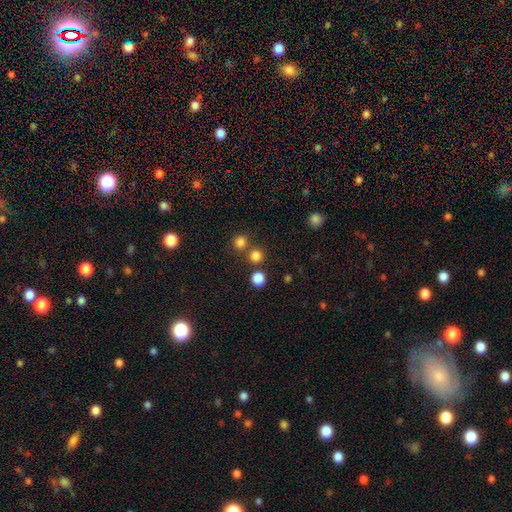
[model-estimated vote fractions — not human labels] smooth 79%, star or artifact 16%, featured or disk 5%. Down the decision tree: how rounded — round (91%); merging — none (73%).